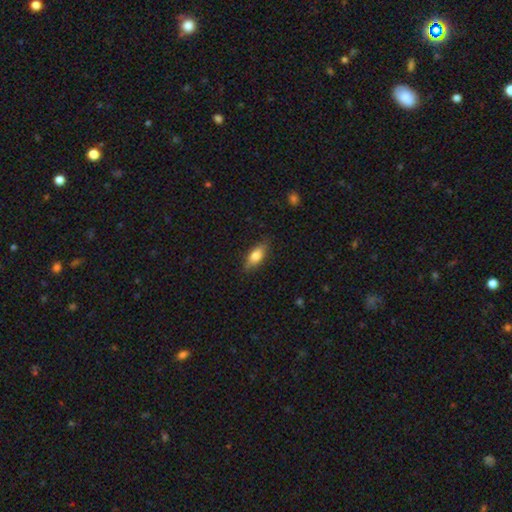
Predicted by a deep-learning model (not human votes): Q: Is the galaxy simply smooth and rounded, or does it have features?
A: smooth — 72%.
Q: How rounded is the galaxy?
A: in between — 73%.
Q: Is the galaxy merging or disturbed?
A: none — 84%.